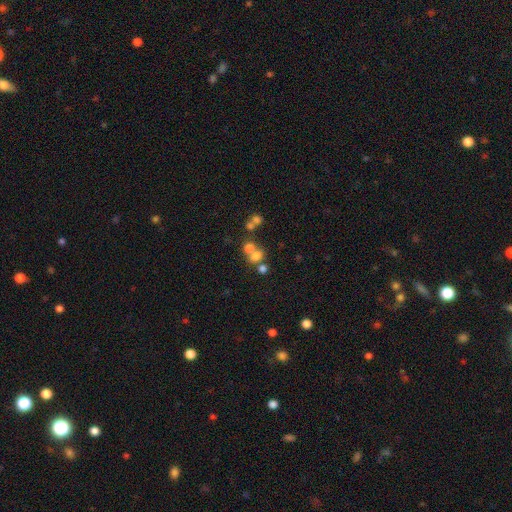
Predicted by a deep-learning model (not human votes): smooth_or_featured: smooth (p=0.65) [alt: star or artifact p=0.18]
how_rounded: round (p=0.52) [alt: in between p=0.47]
merging: merger (p=0.48) [alt: none p=0.38]